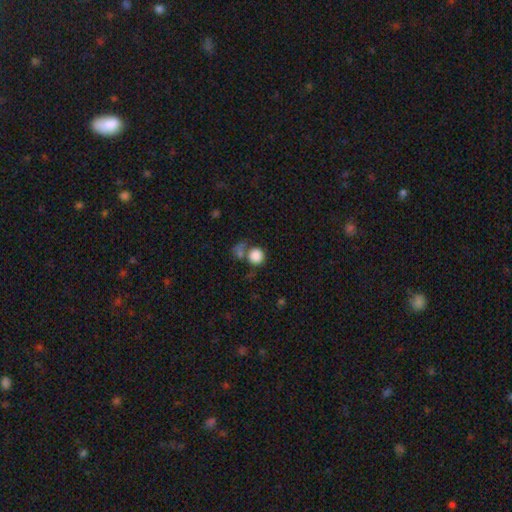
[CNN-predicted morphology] Smooth or featured? Predicted: smooth (p=0.85). How rounded? Predicted: round (p=0.90). Merging? Predicted: none (p=0.51).